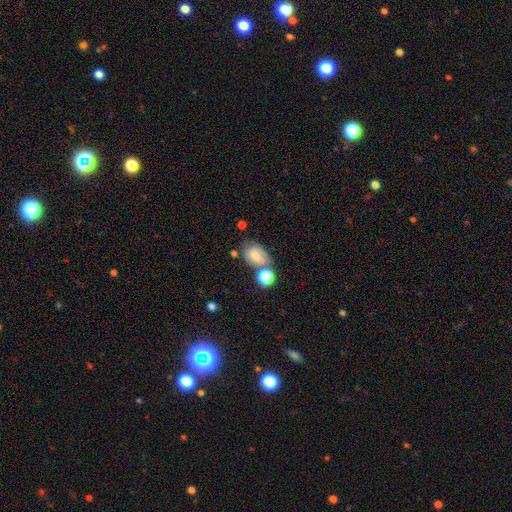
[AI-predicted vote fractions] Smooth or featured? smooth (56%)
How rounded? in between (76%)
Merging? none (43%)